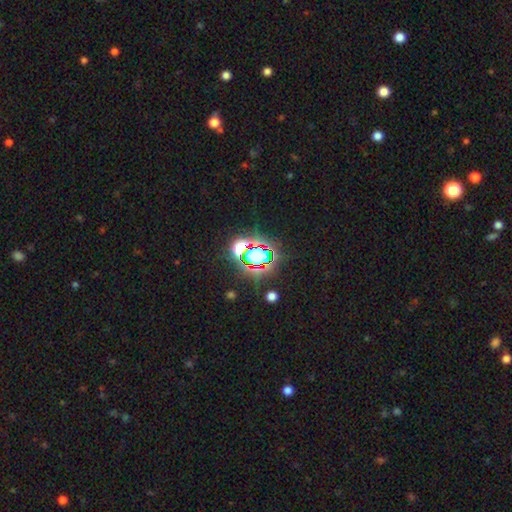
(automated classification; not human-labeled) This appears to be a star or artifact, not a galaxy (71%).